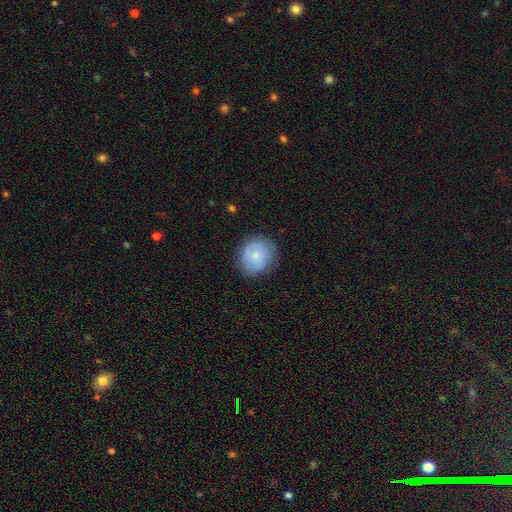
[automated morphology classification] smooth-or-featured: smooth: 75% | featured or disk: 18% | star or artifact: 7%
  how-rounded: round: 79% | in between: 20% | cigar-shaped: 1%
  merging: none: 80% | minor disturbance: 15% | major disturbance: 4% | merger: 1%